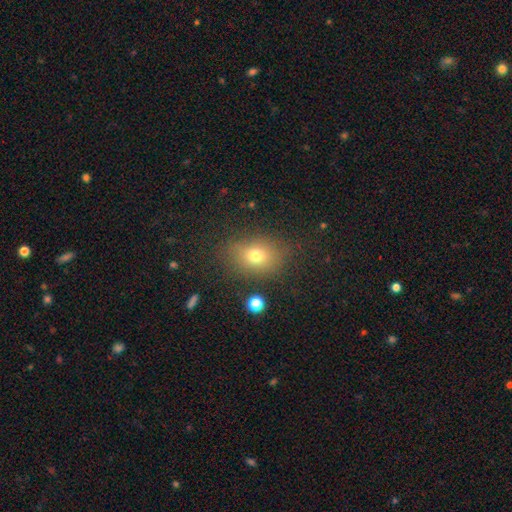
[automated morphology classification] type=smooth (73%); roundness=in between (65%); merging=none (79%).